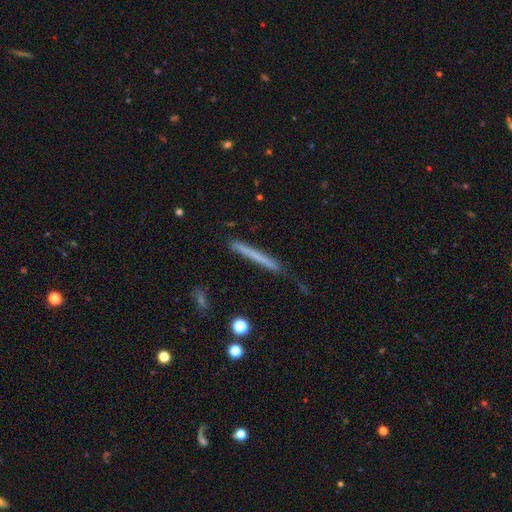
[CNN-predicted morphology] type=smooth (60%); roundness=cigar-shaped (97%); merging=none (82%).